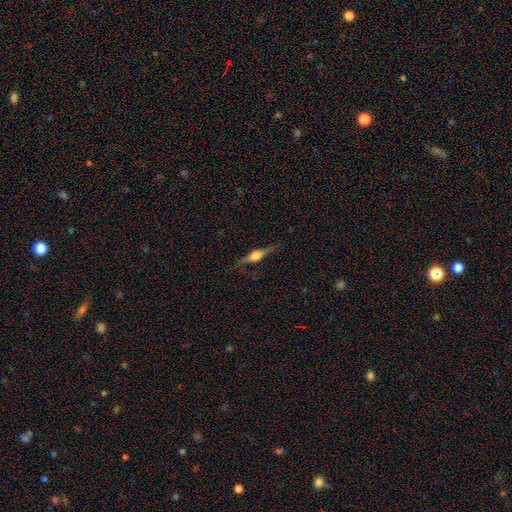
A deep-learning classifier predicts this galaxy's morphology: Smooth or featured? Predicted: featured or disk (p=0.75). Edge-on disk? Predicted: yes (p=0.97). Edge-on bulge? Predicted: rounded (p=0.90). Merging? Predicted: none (p=0.83).